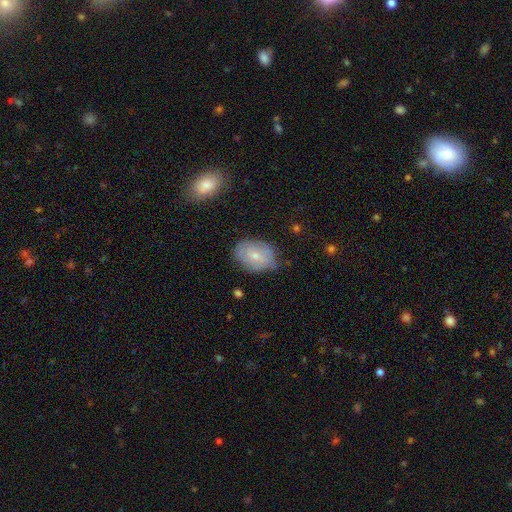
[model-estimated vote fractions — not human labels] Q: Smooth or featured?
A: smooth (58%); runner-up: featured or disk (35%)
Q: How rounded?
A: in between (77%); runner-up: round (22%)
Q: Merging?
A: none (67%); runner-up: minor disturbance (25%)